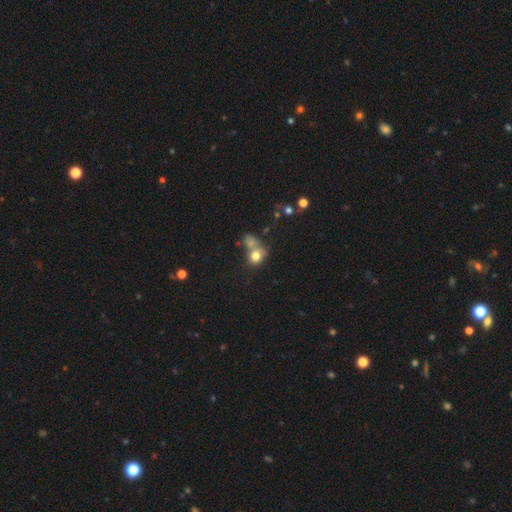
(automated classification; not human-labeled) The model was most divided on "merging": merger: 49%, none: 31%, minor disturbance: 11%, major disturbance: 9%. More confident: smooth or featured — smooth (75%); how rounded — round (66%).